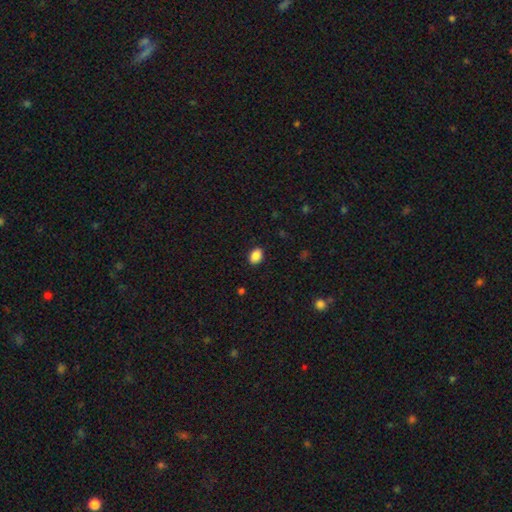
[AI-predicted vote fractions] Overall: smooth (88%). How rounded: in between (73%). Merging: none (89%).